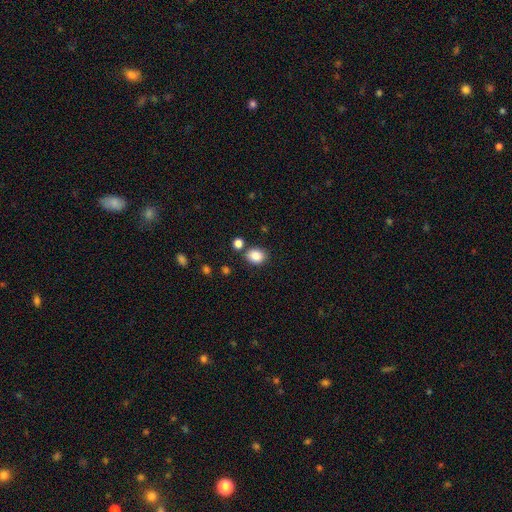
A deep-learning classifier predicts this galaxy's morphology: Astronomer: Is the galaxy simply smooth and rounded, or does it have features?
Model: smooth — 86%.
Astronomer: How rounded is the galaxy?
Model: round — 52% (runner-up: in between, 47%).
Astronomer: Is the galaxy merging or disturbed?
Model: none — 78%.